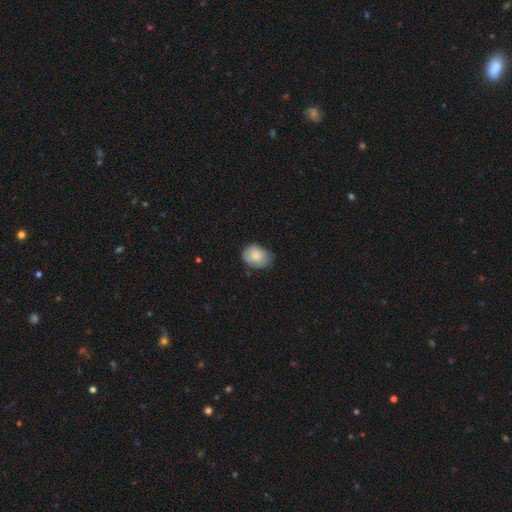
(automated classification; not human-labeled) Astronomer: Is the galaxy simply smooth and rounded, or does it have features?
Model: smooth — 80%.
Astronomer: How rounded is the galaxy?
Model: in between — 66%.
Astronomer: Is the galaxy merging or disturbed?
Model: none — 61%.